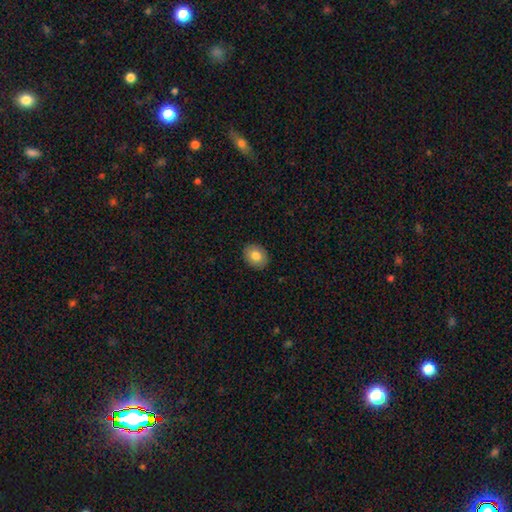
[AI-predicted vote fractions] smooth 80%, featured or disk 12%, star or artifact 8%. Down the decision tree: how rounded — in between (51%); merging — none (90%).